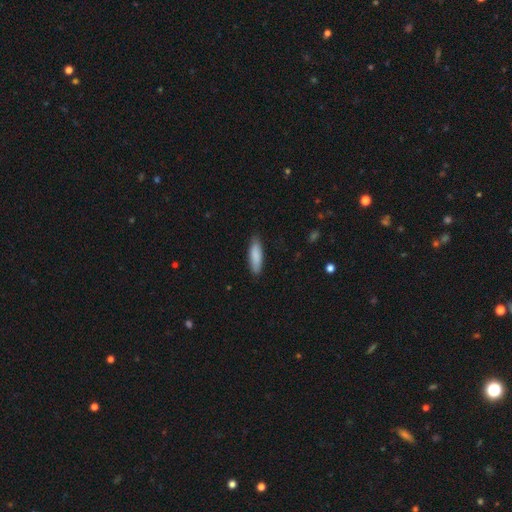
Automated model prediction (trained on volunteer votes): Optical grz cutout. It shows a smooth galaxy with no disk features (87%) that is cigar-shaped (53%). Merging: none (84%).